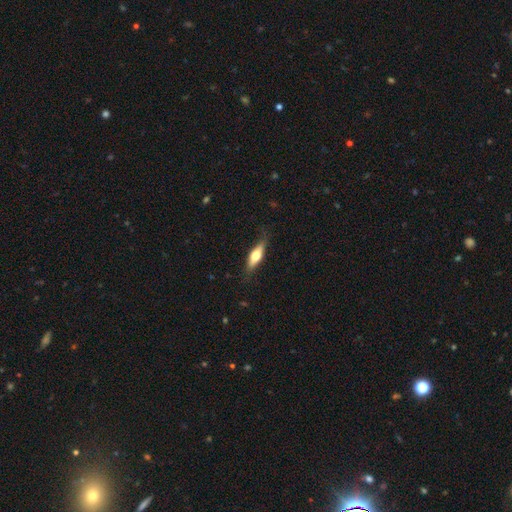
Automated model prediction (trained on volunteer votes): The model was most divided on "how rounded": in between: 51%, cigar-shaped: 47%, round: 3%. More confident: merging — none (77%); smooth or featured — smooth (57%).